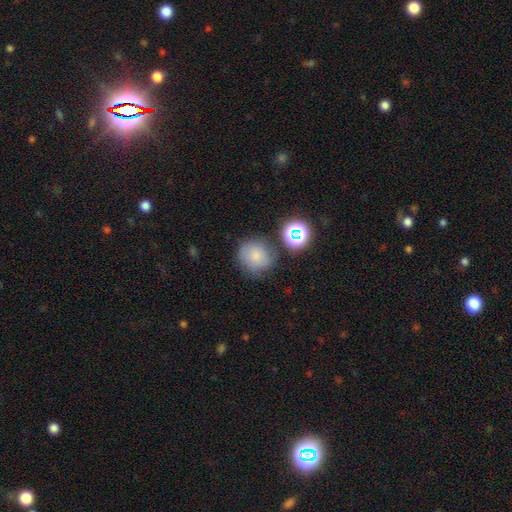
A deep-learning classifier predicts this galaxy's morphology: This is likely a smooth galaxy (73%). How rounded: clearly round (88%). Merging: likely none (68%).